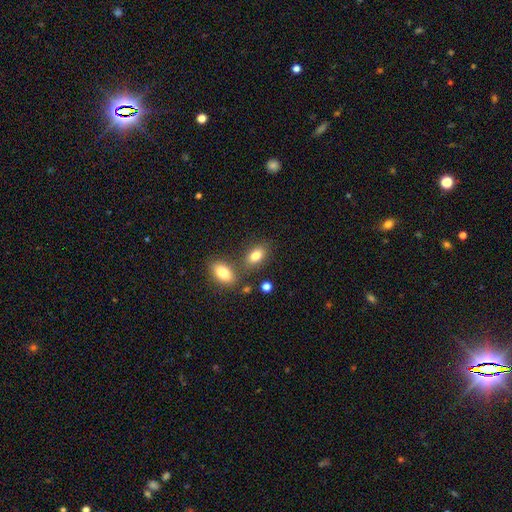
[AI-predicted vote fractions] The model was most divided on "merging": none: 65%, merger: 19%, minor disturbance: 12%, major disturbance: 4%. More confident: how rounded — in between (89%); smooth or featured — smooth (82%).